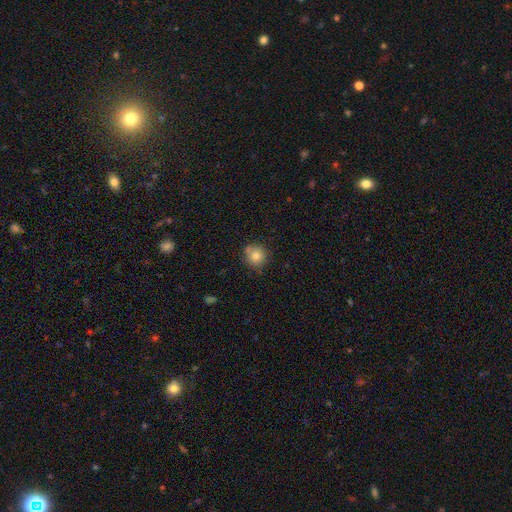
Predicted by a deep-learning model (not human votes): Smooth or featured? Predicted: smooth (p=0.80). How rounded? Predicted: round (p=0.91). Merging? Predicted: none (p=0.76).